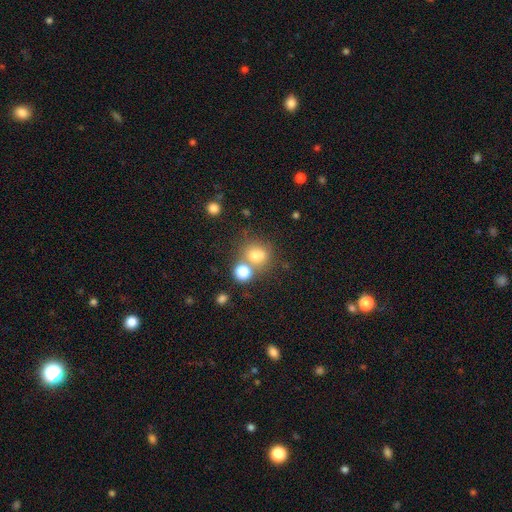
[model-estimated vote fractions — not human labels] Morphology: type=smooth (73%); roundness=round (76%); merging=none (55%).